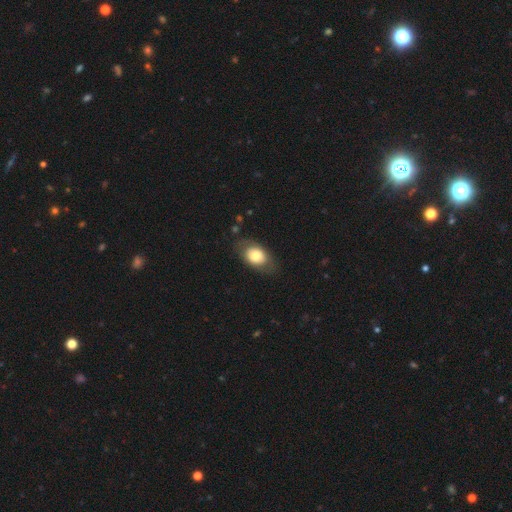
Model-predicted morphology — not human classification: Q: Smooth or featured?
A: smooth (70%); runner-up: featured or disk (23%)
Q: How rounded?
A: in between (76%); runner-up: round (22%)
Q: Merging?
A: none (77%); runner-up: minor disturbance (15%)